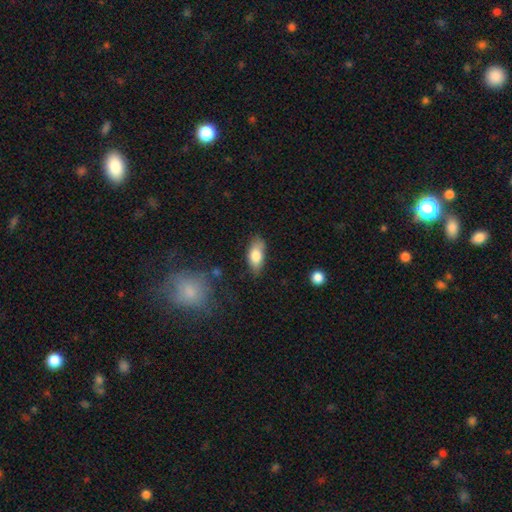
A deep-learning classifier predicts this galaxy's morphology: The model was most divided on "merging": none: 70%, minor disturbance: 22%, major disturbance: 5%, merger: 3%. More confident: how rounded — in between (88%); smooth or featured — smooth (78%).